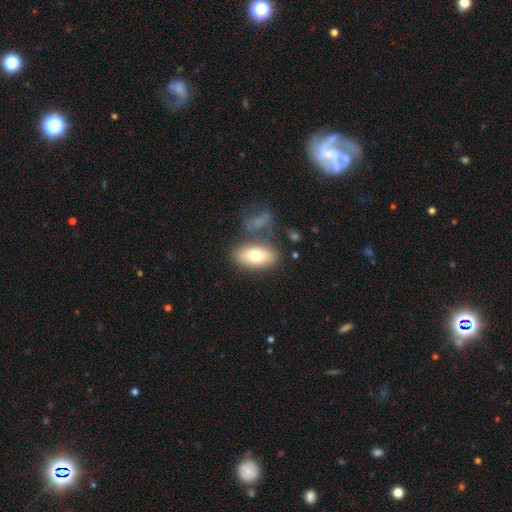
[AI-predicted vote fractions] This is likely a smooth galaxy (72%). How rounded: clearly in between (91%). Merging: likely none (67%).